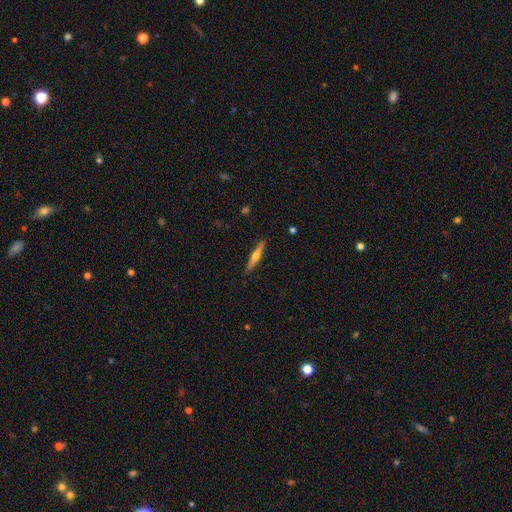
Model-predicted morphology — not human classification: This appears to be a featured or disk galaxy (62%) viewed edge-on (97%) with a rounded central bulge (92%). Merging: none (90%).